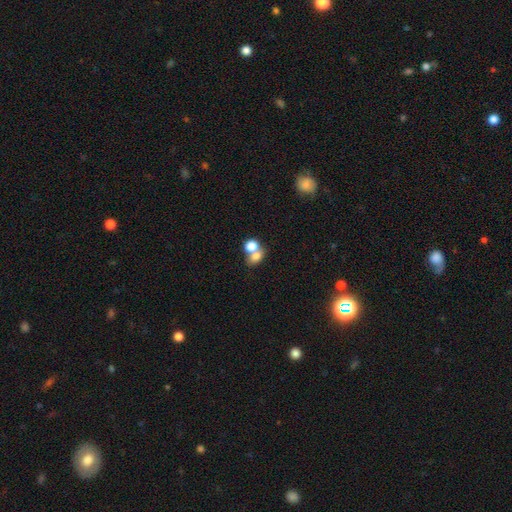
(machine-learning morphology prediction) A smooth galaxy with no disk features (75%) that is in between round and cigar-shaped (57%). Merging: merger (54%).